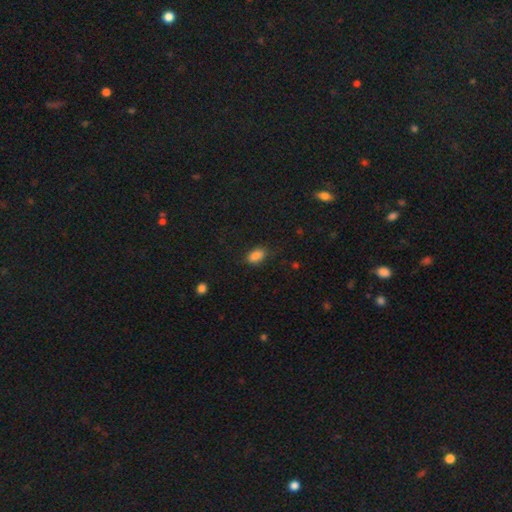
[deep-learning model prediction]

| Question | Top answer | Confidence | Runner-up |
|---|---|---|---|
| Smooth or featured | smooth | 87% | star or artifact (9%) |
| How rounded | in between | 90% | round (6%) |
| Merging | none | 80% | minor disturbance (15%) |